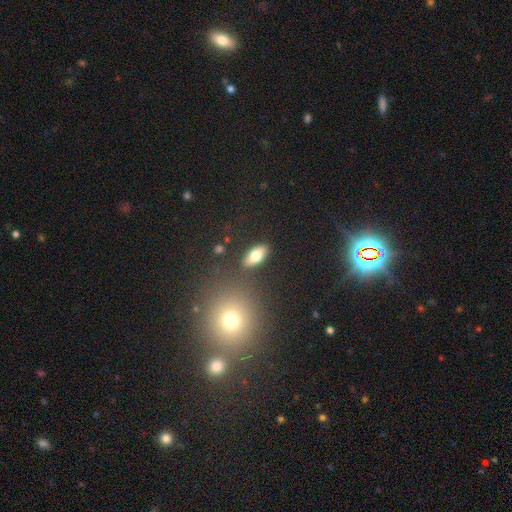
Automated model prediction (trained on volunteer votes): smooth-or-featured: smooth: 73% | featured or disk: 19% | star or artifact: 8%
  how-rounded: in between: 86% | cigar-shaped: 9% | round: 5%
  merging: none: 85% | minor disturbance: 9% | merger: 3% | major disturbance: 3%